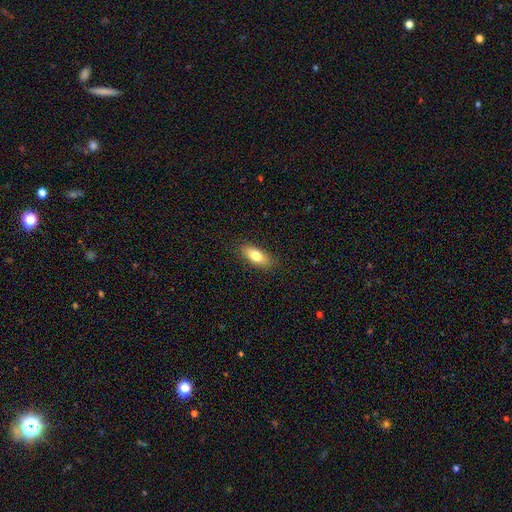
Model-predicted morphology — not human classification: This appears to be a smooth galaxy with no disk features (75%) that is in between round and cigar-shaped (79%). Merging: none (87%).